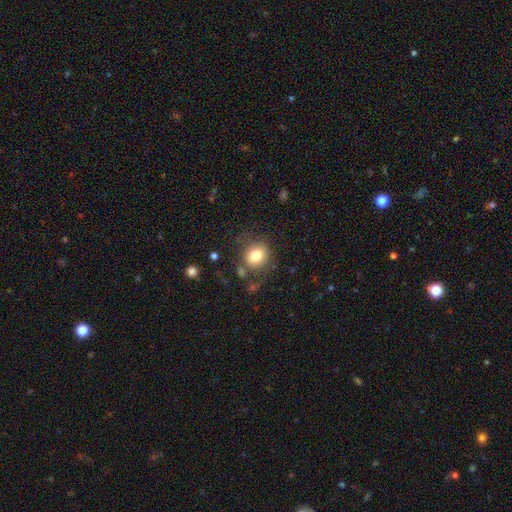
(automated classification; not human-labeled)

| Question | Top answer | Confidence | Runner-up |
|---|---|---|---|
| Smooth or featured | smooth | 79% | star or artifact (10%) |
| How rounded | round | 64% | in between (35%) |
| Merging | none | 76% | minor disturbance (13%) |